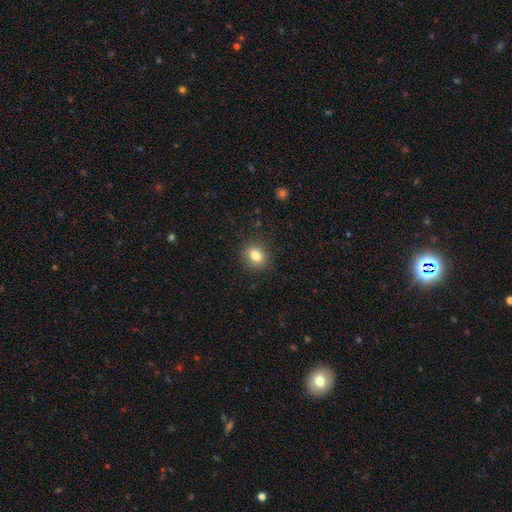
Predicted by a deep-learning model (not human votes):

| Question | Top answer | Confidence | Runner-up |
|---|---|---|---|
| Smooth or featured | smooth | 82% | star or artifact (11%) |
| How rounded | round | 73% | in between (26%) |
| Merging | none | 88% | minor disturbance (8%) |